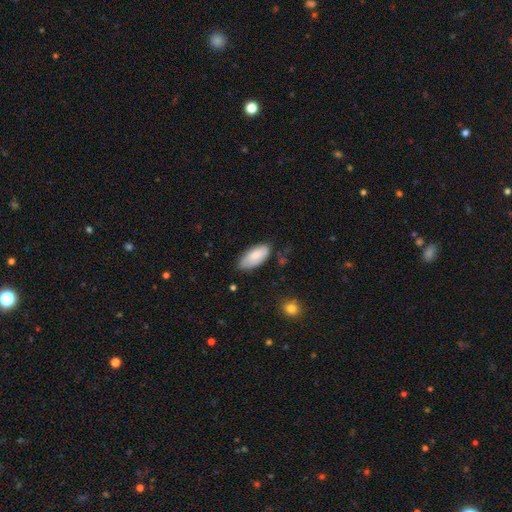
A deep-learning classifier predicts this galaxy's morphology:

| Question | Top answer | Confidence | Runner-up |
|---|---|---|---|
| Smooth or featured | smooth | 79% | featured or disk (15%) |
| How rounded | in between | 90% | cigar-shaped (8%) |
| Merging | none | 72% | minor disturbance (22%) |